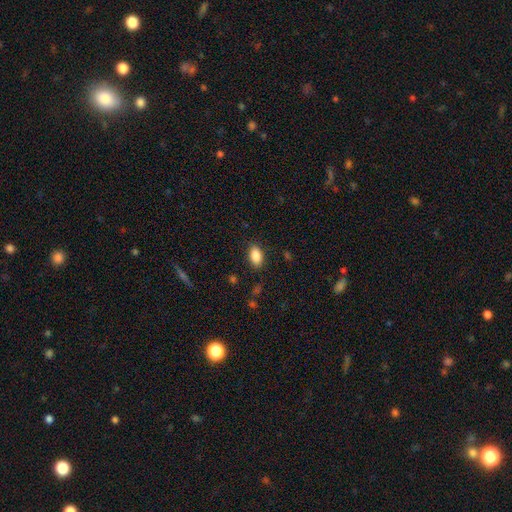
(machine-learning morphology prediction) smooth 88%, star or artifact 8%, featured or disk 4%. Down the decision tree: how rounded — in between (91%); merging — none (87%).